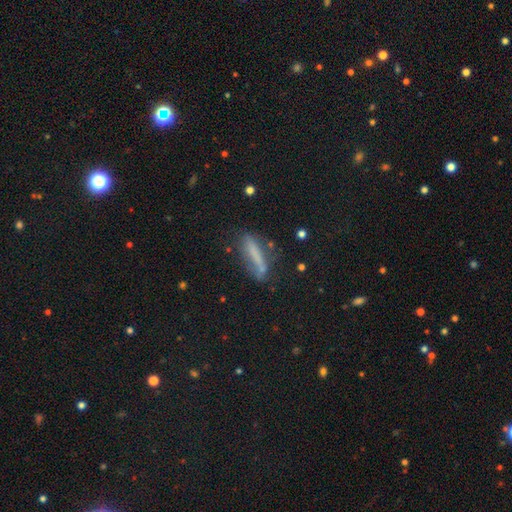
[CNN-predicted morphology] A smooth galaxy with no disk features (59%) that is cigar-shaped (81%). Merging: none (65%).